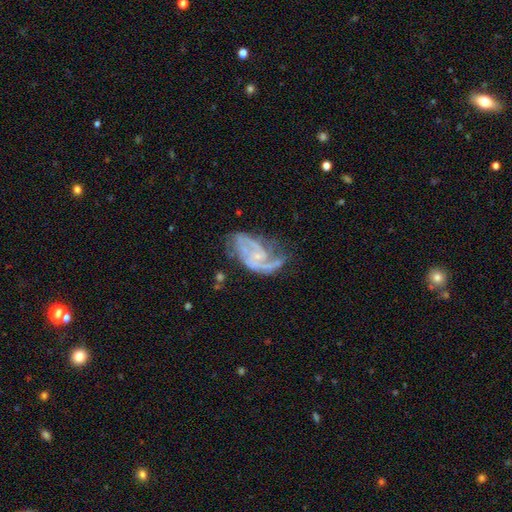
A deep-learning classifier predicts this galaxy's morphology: type=featured or disk (83%); edge-on=no (97%); bar=no (62%); spiral arms=yes (90%); winding=medium (44%); arm count=2 (46%); bulge=small (72%); merging=none (43%).